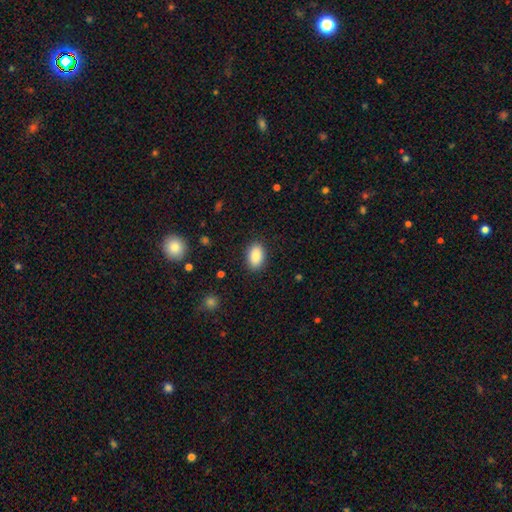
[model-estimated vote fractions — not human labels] Overall: smooth (89%). How rounded: in between (91%). Merging: none (88%).